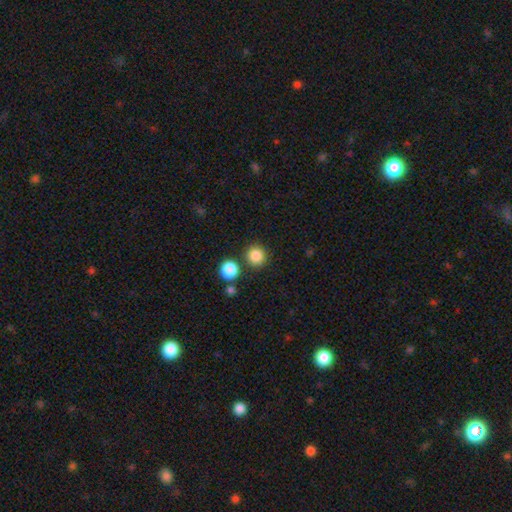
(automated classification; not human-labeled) This is clearly a smooth galaxy (85%). How rounded: clearly round (93%). Merging: clearly none (84%).